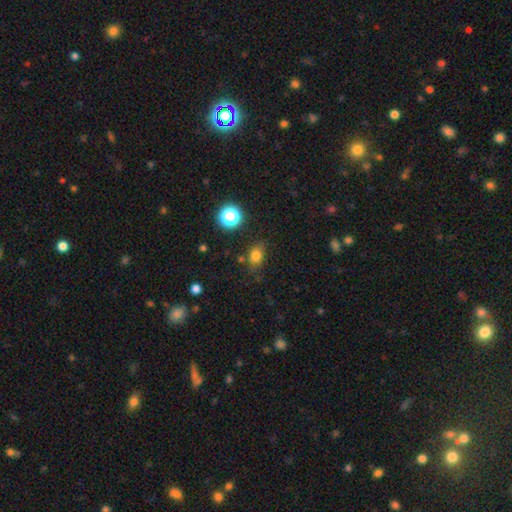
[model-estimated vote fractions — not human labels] A smooth galaxy with no disk features (77%) that is in between round and cigar-shaped (65%).

Vote fractions:
- Smooth or featured? smooth: 77% / star or artifact: 15% / featured or disk: 8%
- How rounded? in between: 65% / round: 33% / cigar-shaped: 2%
- Merging? none: 72% / minor disturbance: 19% / major disturbance: 5% / merger: 4%